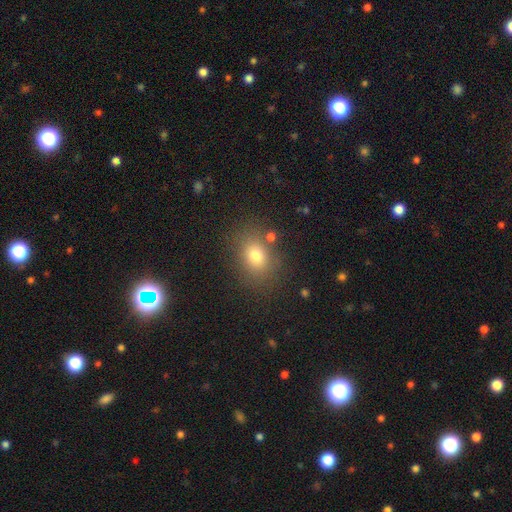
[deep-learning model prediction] Overall: smooth (75%). How rounded: in between (54%; round 45%). Merging: none (80%).